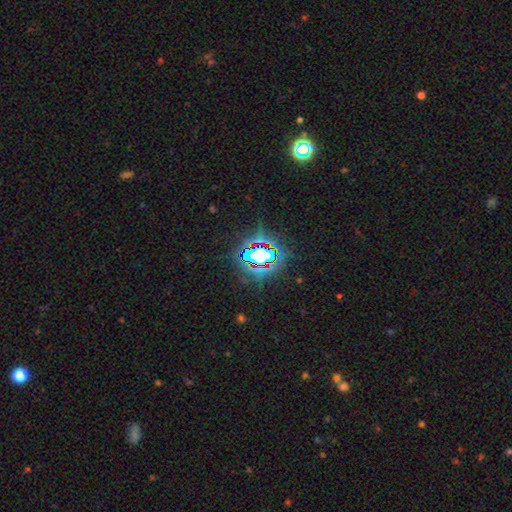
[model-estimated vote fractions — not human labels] smooth_or_featured: star or artifact (p=0.75) [alt: smooth p=0.14]